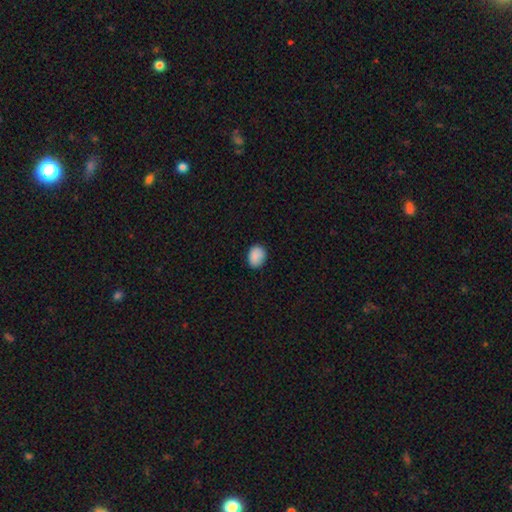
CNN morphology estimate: Overall: smooth (89%). How rounded: in between (57%; round 42%). Merging: none (85%).